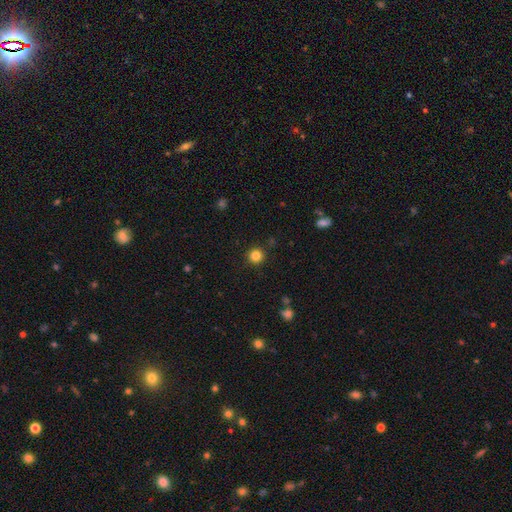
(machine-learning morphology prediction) A smooth galaxy with no disk features (83%) that is round (95%). Merging: none (91%).